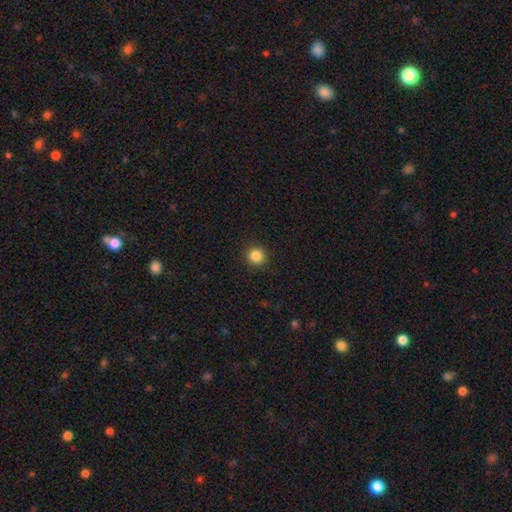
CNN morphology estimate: type=smooth (86%); roundness=round (95%); merging=none (92%).